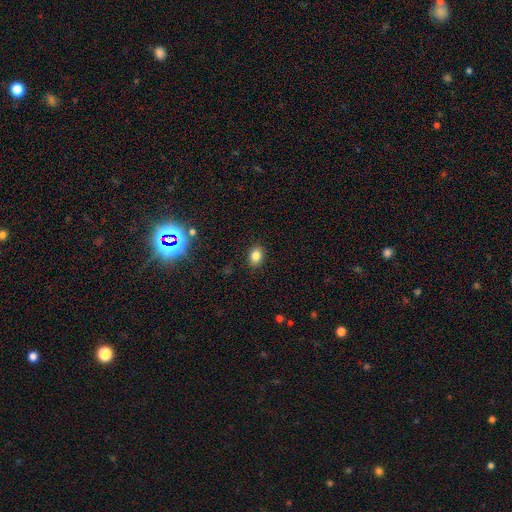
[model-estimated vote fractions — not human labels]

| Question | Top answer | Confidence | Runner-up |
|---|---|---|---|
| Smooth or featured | smooth | 82% | star or artifact (11%) |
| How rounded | in between | 71% | round (28%) |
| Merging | none | 88% | minor disturbance (8%) |